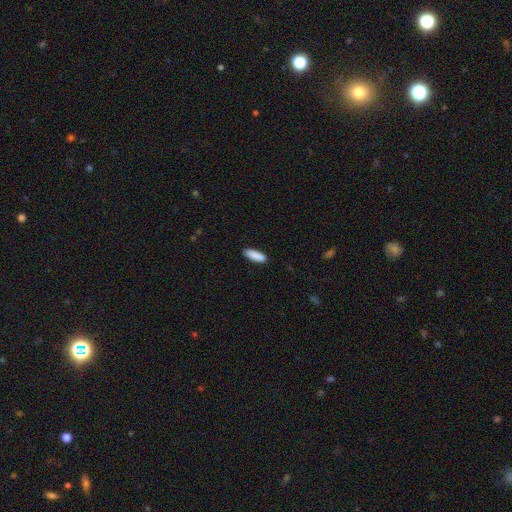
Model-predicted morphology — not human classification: type=smooth (90%); roundness=in between (52%); merging=none (88%).